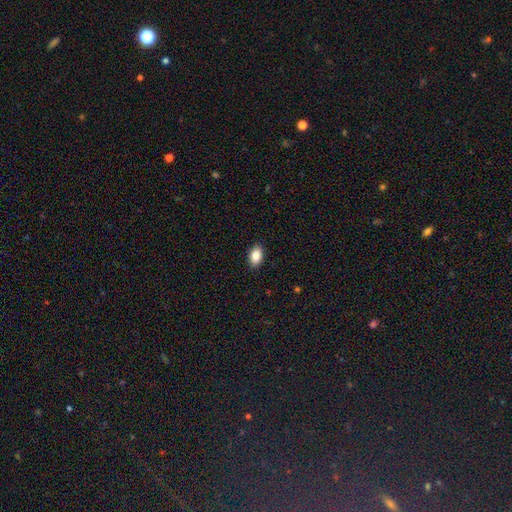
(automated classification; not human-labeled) A smooth galaxy with no disk features (86%) that is in between round and cigar-shaped (90%). Merging: none (89%).